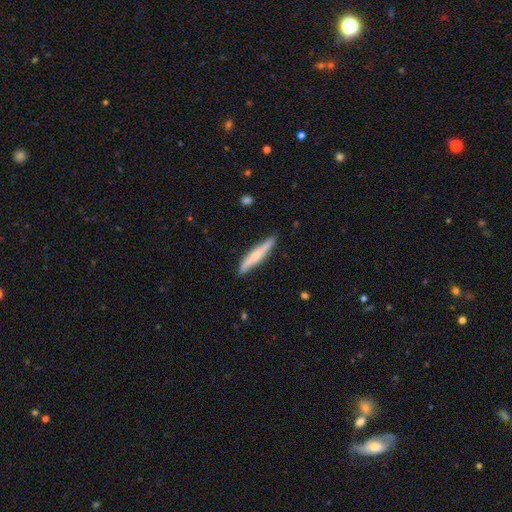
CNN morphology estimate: This is possibly a smooth galaxy (52%). How rounded: clearly cigar-shaped (92%). Merging: clearly none (86%).